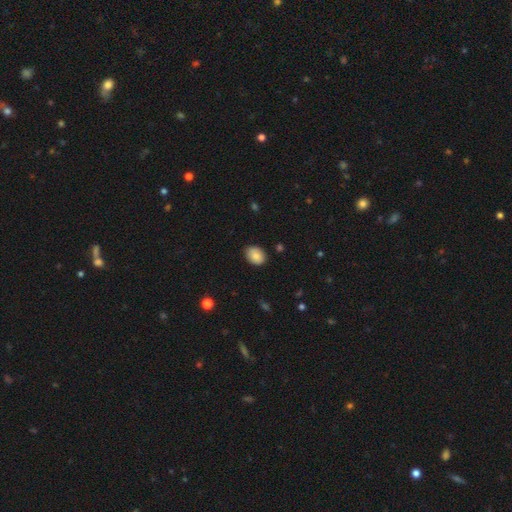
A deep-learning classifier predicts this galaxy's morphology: Overall: smooth (86%). How rounded: in between (63%; round 36%). Merging: none (84%).